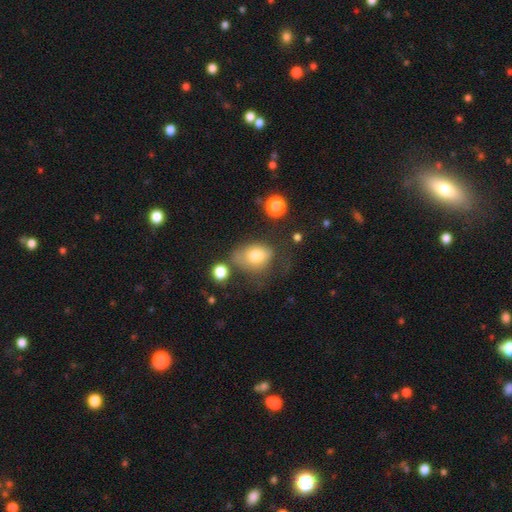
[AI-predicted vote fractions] Overall: smooth (73%). How rounded: in between (68%; round 31%). Merging: none (33%; minor disturbance 30%).